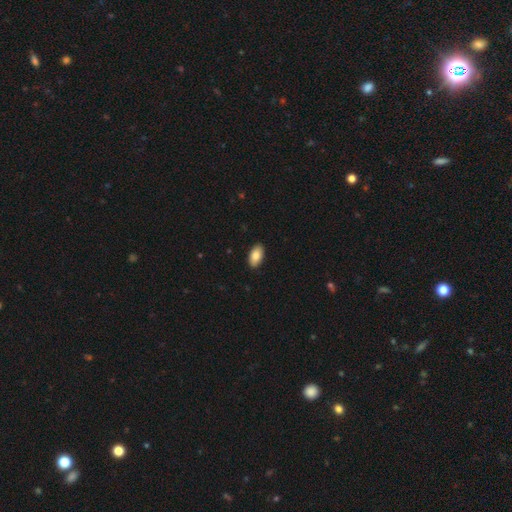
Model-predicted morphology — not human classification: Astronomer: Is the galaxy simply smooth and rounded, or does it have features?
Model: smooth — 85%.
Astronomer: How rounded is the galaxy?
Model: in between — 95%.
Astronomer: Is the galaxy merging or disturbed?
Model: none — 90%.